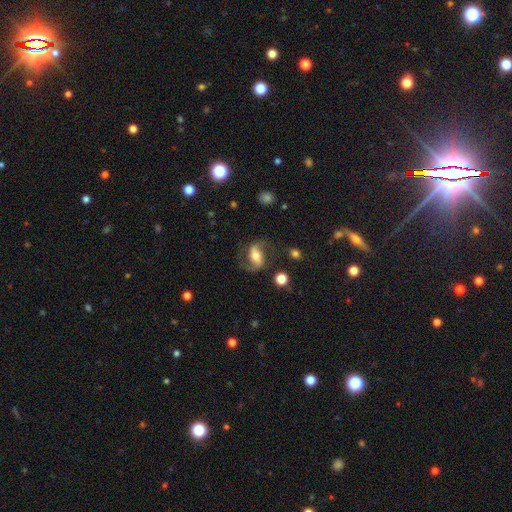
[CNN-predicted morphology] This is clearly a featured or disk galaxy (85%). It is clearly not viewed edge-on (96%). Bar: marginally strong (42%). Spiral arm pattern: clearly yes (96%). Spiral arm count: clearly 2 (93%). Spiral winding: possibly loose (49%). Central bulge: possibly moderate (59%). Merging: likely none (75%).